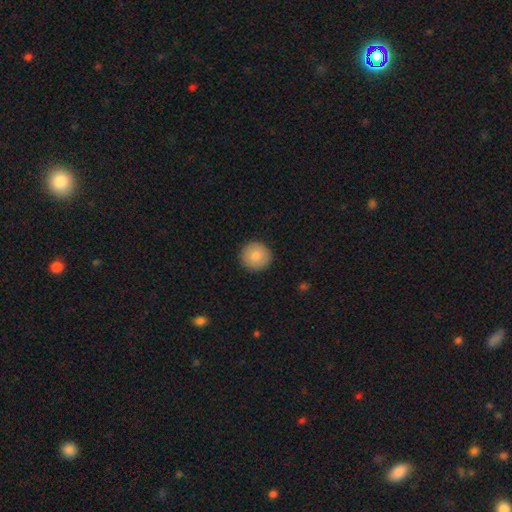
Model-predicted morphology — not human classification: Smooth or featured? Predicted: smooth (p=0.84). How rounded? Predicted: round (p=0.95). Merging? Predicted: none (p=0.92).